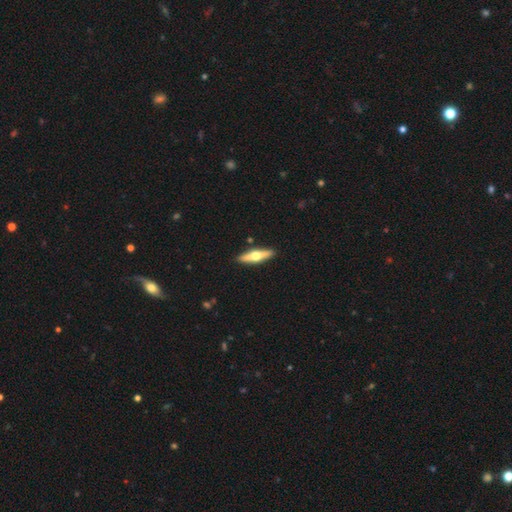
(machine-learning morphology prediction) A featured or disk galaxy (60%) viewed edge-on (95%) with a rounded central bulge (96%). Merging: none (90%).